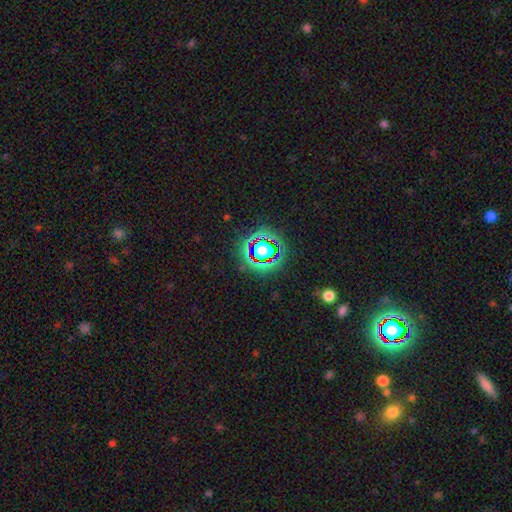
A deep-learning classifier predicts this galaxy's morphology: Overall: star or artifact (79%).